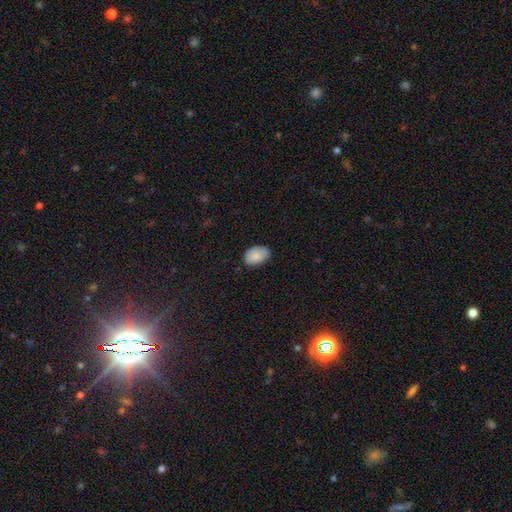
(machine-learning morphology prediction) The model was most divided on "merging": none: 78%, minor disturbance: 18%, major disturbance: 3%, merger: 1%. More confident: how rounded — in between (90%); smooth or featured — smooth (86%).